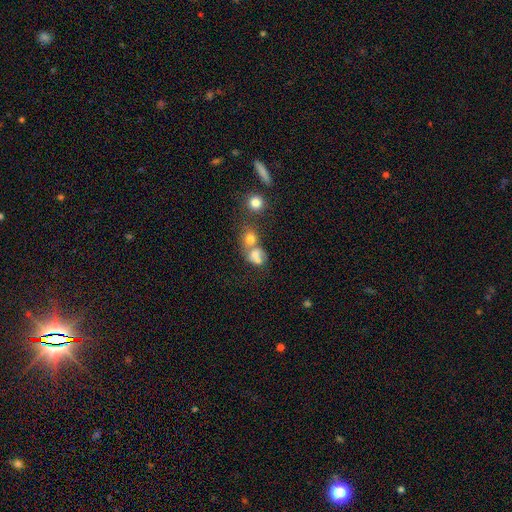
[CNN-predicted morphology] Smooth or featured? Predicted: smooth (p=0.69). How rounded? Predicted: round (p=0.55). Merging? Predicted: merger (p=0.59).